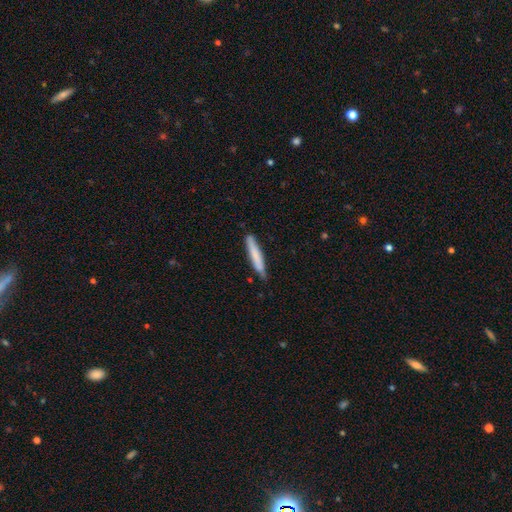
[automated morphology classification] This is likely a smooth galaxy (73%). How rounded: clearly cigar-shaped (93%). Merging: likely none (79%).